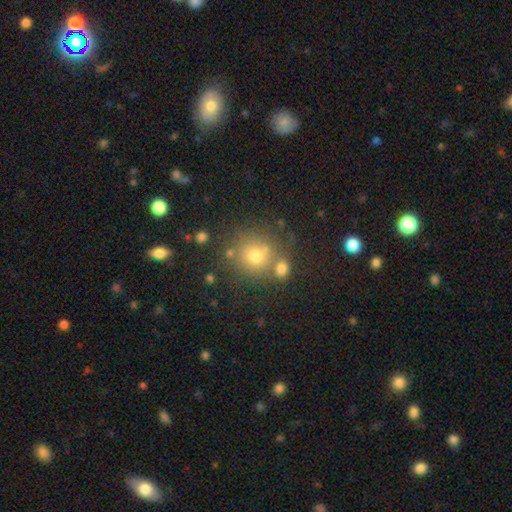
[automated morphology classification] A smooth galaxy with no disk features (70%) that is round (90%). Merging: none (67%).